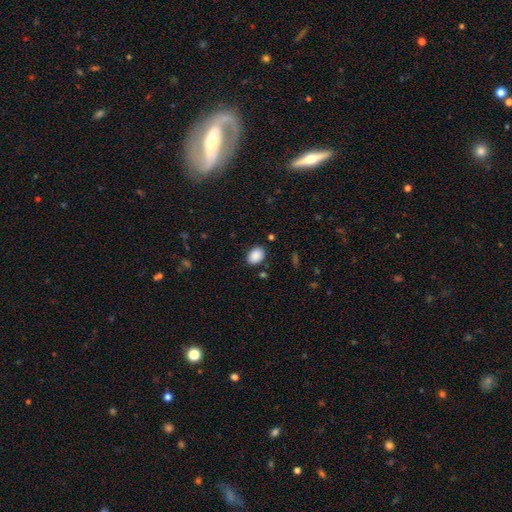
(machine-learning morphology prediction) smooth-or-featured: smooth: 90% | star or artifact: 7% | featured or disk: 3%
  how-rounded: in between: 81% | round: 18% | cigar-shaped: 1%
  merging: none: 85% | minor disturbance: 10% | major disturbance: 3% | merger: 2%